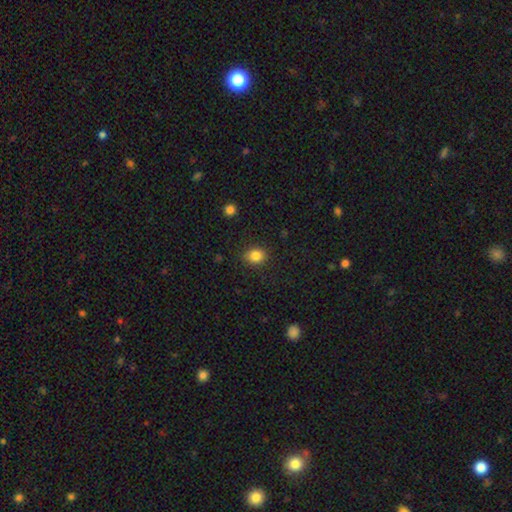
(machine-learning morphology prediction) Overall: smooth (84%). How rounded: round (59%; in between 40%). Merging: none (86%).